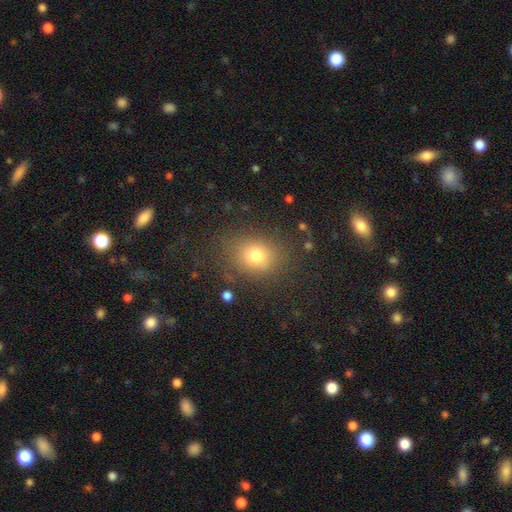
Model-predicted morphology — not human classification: The model was most divided on "how rounded": round: 57%, in between: 41%, cigar-shaped: 1%. More confident: merging — none (81%); smooth or featured — smooth (75%).